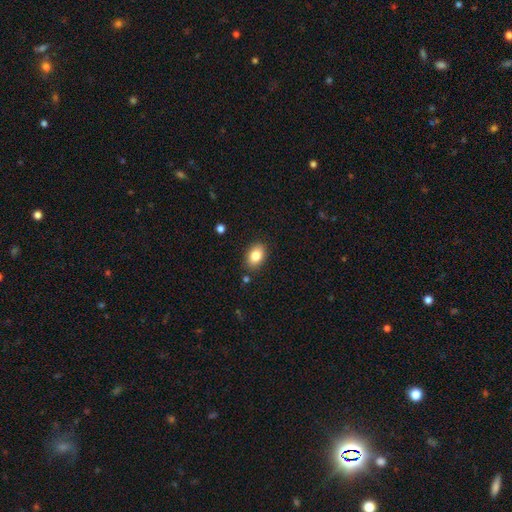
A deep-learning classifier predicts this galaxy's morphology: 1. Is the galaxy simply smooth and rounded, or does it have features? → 83% smooth, 9% featured or disk, 8% star or artifact.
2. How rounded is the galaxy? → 83% in between, 15% round, 1% cigar-shaped.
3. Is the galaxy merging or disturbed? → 86% none, 10% minor disturbance, 2% major disturbance, 2% merger.